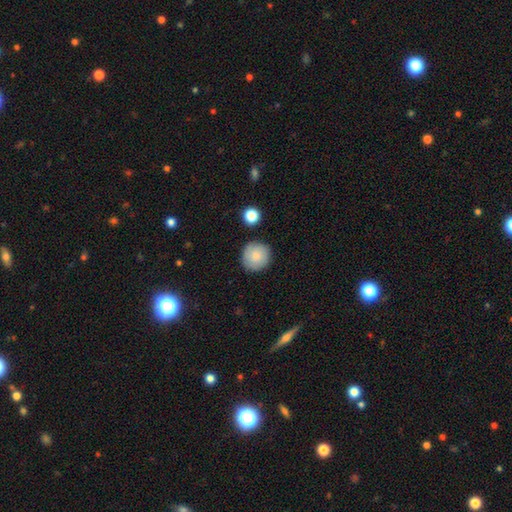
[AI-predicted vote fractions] Smooth or featured: smooth — 81% (featured or disk — 12%)
How rounded: round — 93% (in between — 6%)
Merging: none — 84% (minor disturbance — 11%)